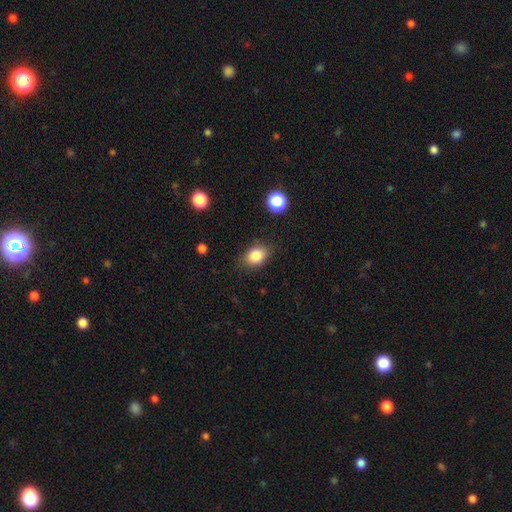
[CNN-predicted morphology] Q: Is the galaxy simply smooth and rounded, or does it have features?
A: smooth — 83%.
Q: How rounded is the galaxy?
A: in between — 72%.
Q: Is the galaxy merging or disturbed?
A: none — 80%.